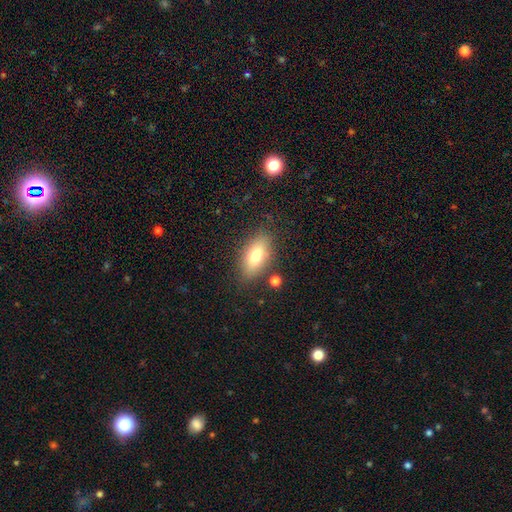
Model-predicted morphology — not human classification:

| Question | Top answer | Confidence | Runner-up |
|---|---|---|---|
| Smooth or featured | smooth | 75% | featured or disk (17%) |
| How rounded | in between | 86% | cigar-shaped (10%) |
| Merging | none | 82% | minor disturbance (12%) |